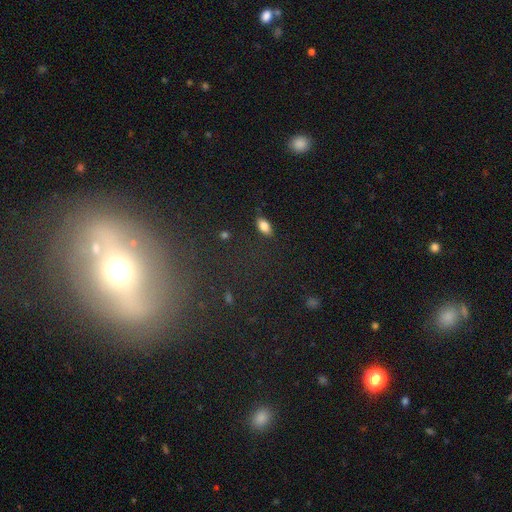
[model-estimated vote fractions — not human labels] smooth_or_featured: featured or disk (p=0.52) [alt: smooth p=0.30]
disk_edge_on: no (p=0.70) [alt: yes p=0.30]
merging: none (p=0.70) [alt: minor disturbance p=0.15]